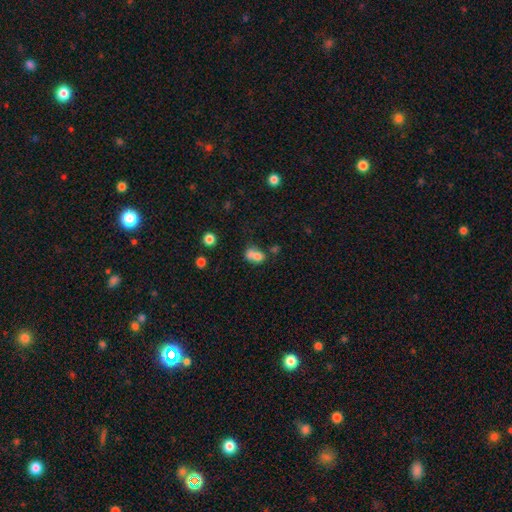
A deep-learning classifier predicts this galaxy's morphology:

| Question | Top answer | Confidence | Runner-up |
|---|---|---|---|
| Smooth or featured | smooth | 71% | featured or disk (17%) |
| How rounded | in between | 53% | round (46%) |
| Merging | merger | 59% | none (25%) |